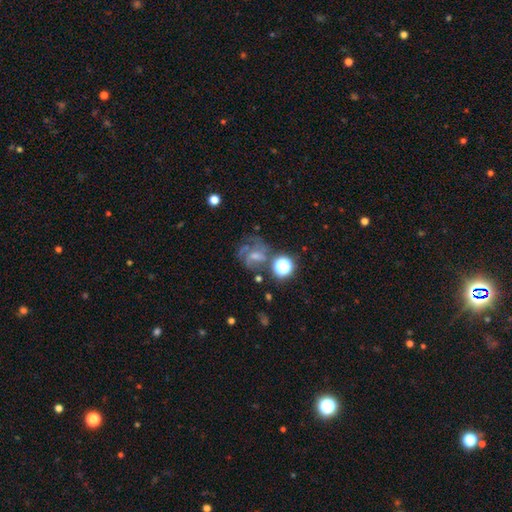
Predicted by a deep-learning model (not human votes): Morphology: type=featured or disk (52%); edge-on=no (97%); bar=no (50%); spiral arms=yes (74%); bulge=moderate (37%); merging=none (43%).